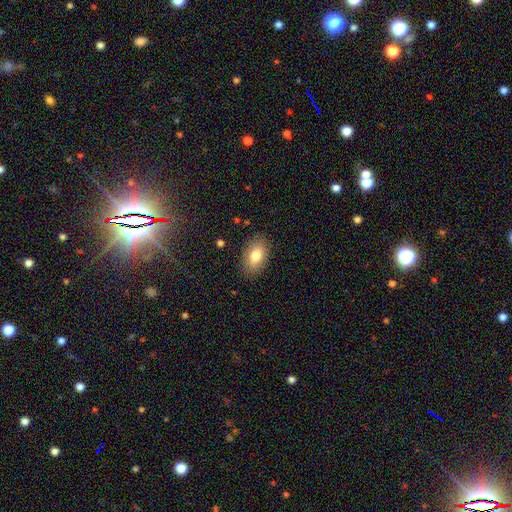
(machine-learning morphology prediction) A smooth galaxy with no disk features (79%) that is in between round and cigar-shaped (90%).

Vote fractions:
- Smooth or featured? smooth: 79% / featured or disk: 13% / star or artifact: 8%
- How rounded? in between: 90% / round: 8% / cigar-shaped: 1%
- Merging? none: 85% / minor disturbance: 11% / major disturbance: 3% / merger: 1%